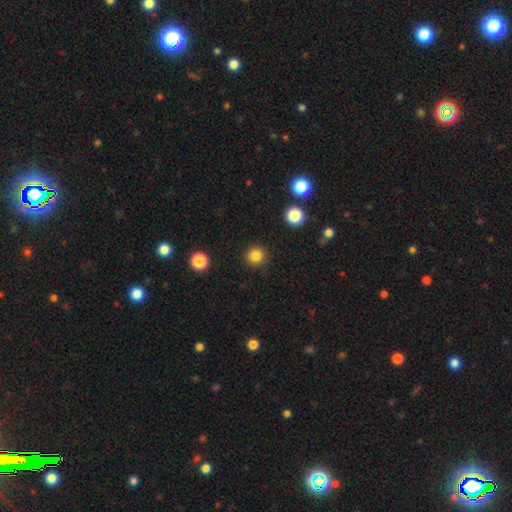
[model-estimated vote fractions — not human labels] The model was most divided on "smooth or featured": smooth: 84%, star or artifact: 12%, featured or disk: 4%. More confident: how rounded — round (94%); merging — none (91%).